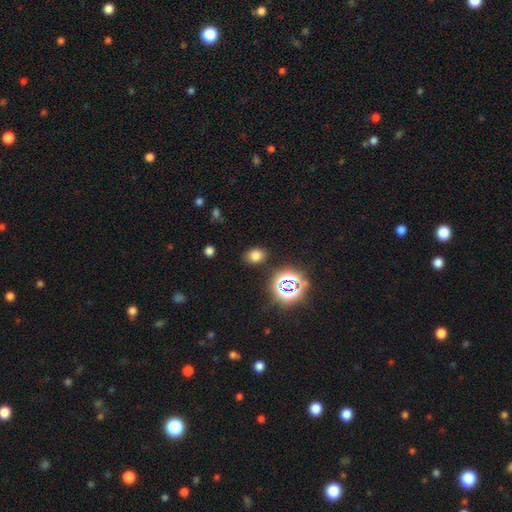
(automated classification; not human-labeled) Smooth or featured? Predicted: smooth (p=0.71). How rounded? Predicted: in between (p=0.57). Merging? Predicted: none (p=0.84).